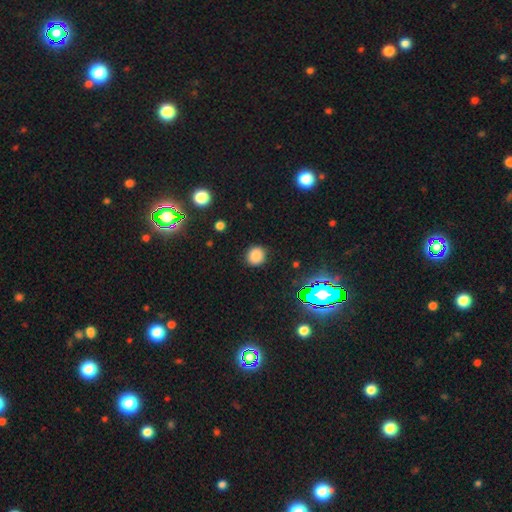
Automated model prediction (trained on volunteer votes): smooth-or-featured: smooth: 78% | star or artifact: 16% | featured or disk: 6%
  how-rounded: round: 88% | in between: 11% | cigar-shaped: 1%
  merging: none: 89% | minor disturbance: 7% | major disturbance: 2% | merger: 1%